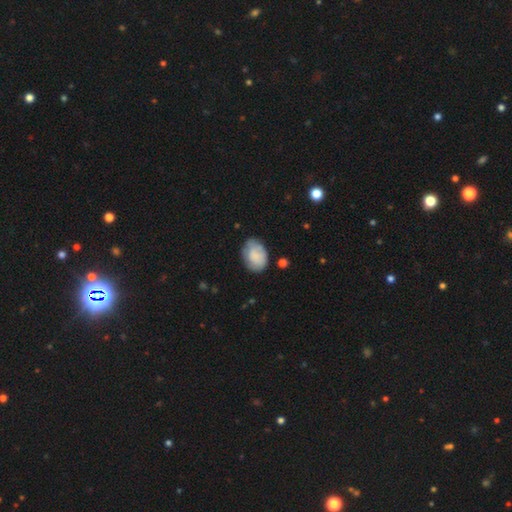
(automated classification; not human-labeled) Smooth or featured: smooth — 74% (featured or disk — 19%)
How rounded: in between — 73% (round — 26%)
Merging: none — 64% (minor disturbance — 26%)